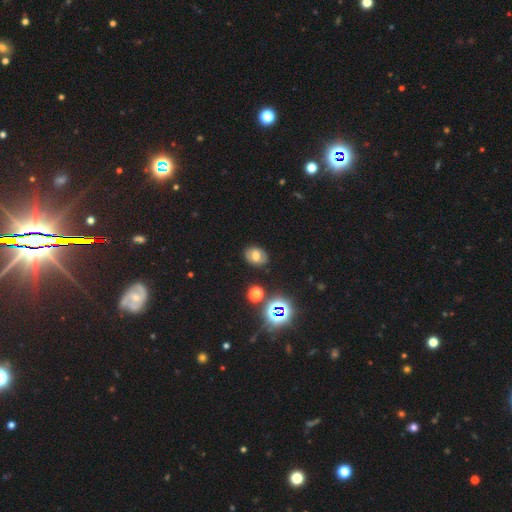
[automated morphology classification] This is possibly a smooth galaxy (56%). How rounded: likely in between (64%). Merging: clearly none (84%).